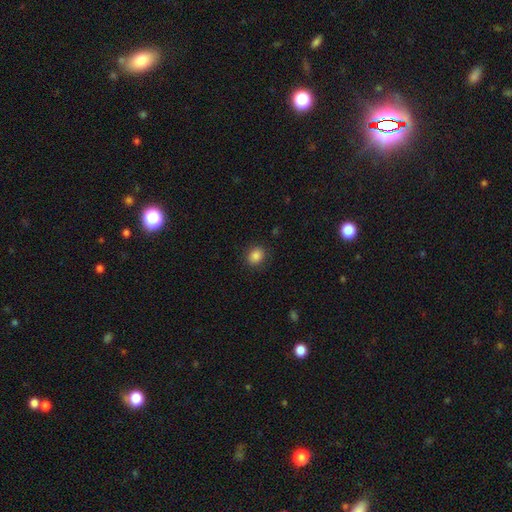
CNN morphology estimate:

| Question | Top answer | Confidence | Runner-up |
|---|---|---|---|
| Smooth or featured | smooth | 86% | star or artifact (10%) |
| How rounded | round | 62% | in between (37%) |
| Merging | none | 87% | minor disturbance (9%) |